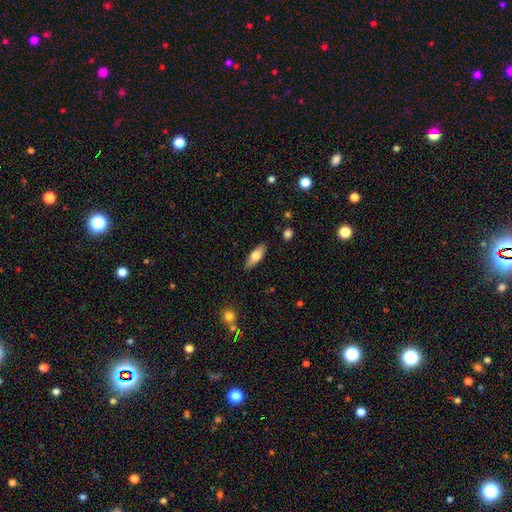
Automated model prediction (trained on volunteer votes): Smooth or featured? Predicted: smooth (p=0.68). How rounded? Predicted: in between (p=0.66). Merging? Predicted: none (p=0.87).